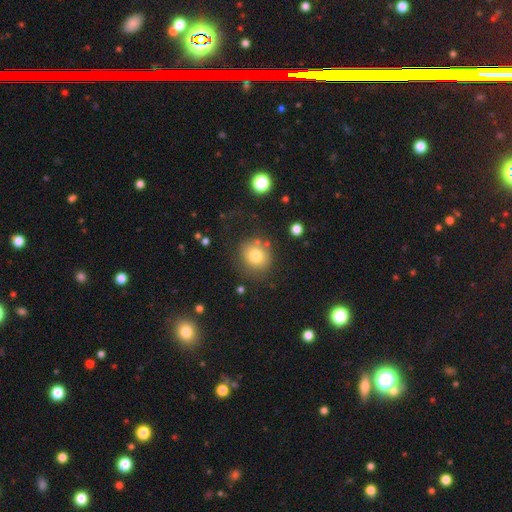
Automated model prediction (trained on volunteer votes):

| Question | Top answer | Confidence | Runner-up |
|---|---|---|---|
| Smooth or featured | smooth | 76% | featured or disk (12%) |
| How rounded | round | 84% | in between (15%) |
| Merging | none | 74% | minor disturbance (14%) |